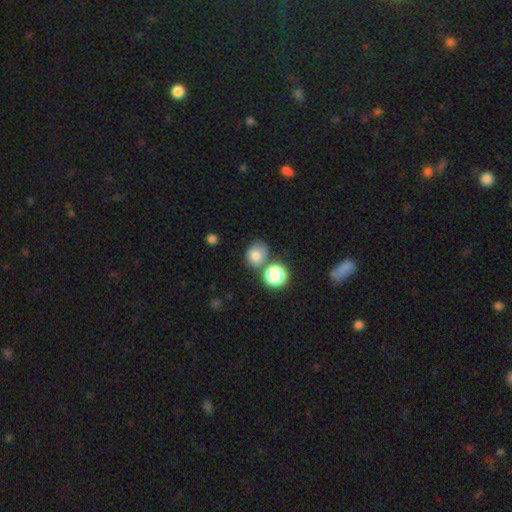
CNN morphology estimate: Smooth or featured? Predicted: smooth (p=0.75). How rounded? Predicted: round (p=0.65). Merging? Predicted: none (p=0.57).